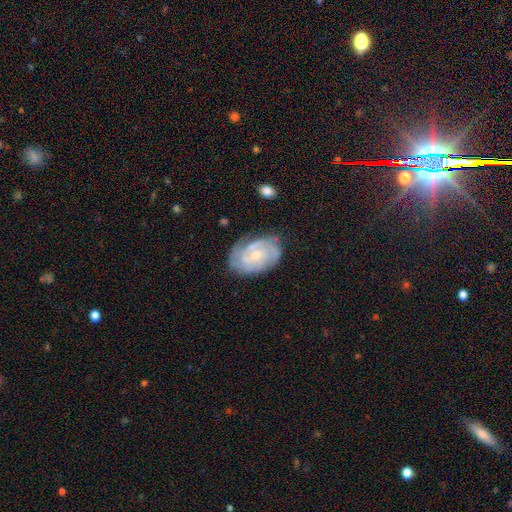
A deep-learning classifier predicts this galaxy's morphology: This is likely a featured or disk galaxy (75%). It is clearly not viewed edge-on (96%). Bar: likely no (71%). Spiral arm pattern: clearly yes (89%). Spiral arm count: marginally can't tell (40%). Spiral winding: likely tight (64%). Central bulge: possibly small (58%). Merging: likely none (69%).